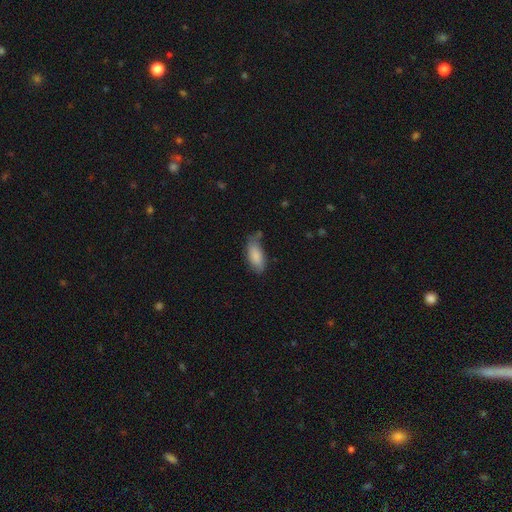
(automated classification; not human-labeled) A smooth galaxy with no disk features (85%) that is in between round and cigar-shaped (84%).

Vote fractions:
- Smooth or featured? smooth: 85% / featured or disk: 9% / star or artifact: 6%
- How rounded? in between: 84% / cigar-shaped: 14% / round: 2%
- Merging? none: 60% / minor disturbance: 29% / major disturbance: 6% / merger: 5%